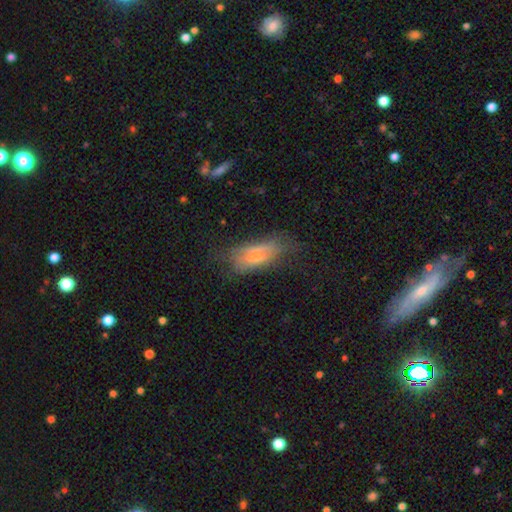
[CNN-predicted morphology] Smooth or featured? smooth (59%)
How rounded? in between (76%)
Merging? none (50%)